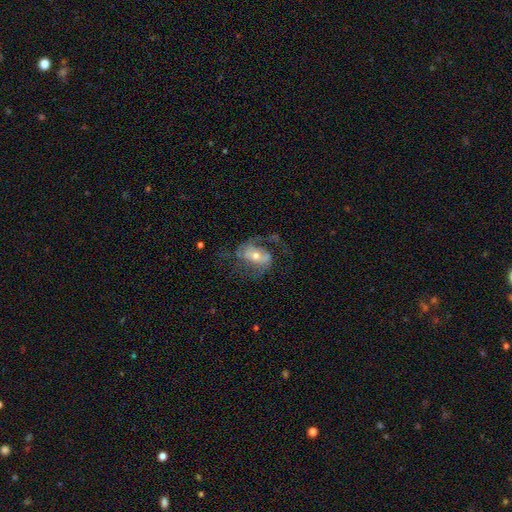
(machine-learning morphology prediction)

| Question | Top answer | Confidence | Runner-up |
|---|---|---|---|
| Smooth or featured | featured or disk | 75% | smooth (18%) |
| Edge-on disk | no | 95% | yes (5%) |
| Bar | weak | 37% | no (32%) |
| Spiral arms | yes | 82% | no (18%) |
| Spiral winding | medium | 45% | loose (42%) |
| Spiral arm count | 2 | 78% | 1 (9%) |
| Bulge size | moderate | 58% | small (34%) |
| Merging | none | 51% | major disturbance (29%) |